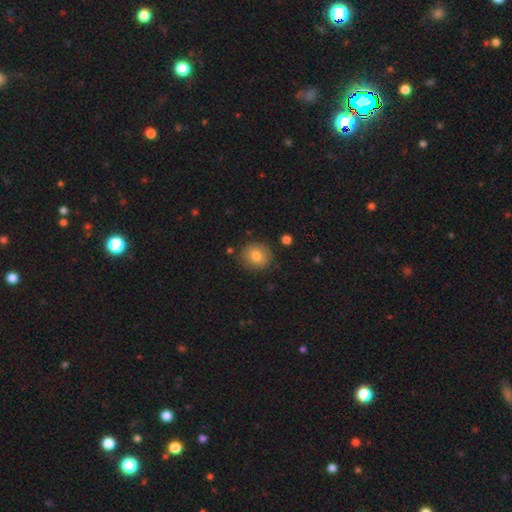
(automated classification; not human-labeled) Smooth or featured? Predicted: smooth (p=0.78). How rounded? Predicted: round (p=0.83). Merging? Predicted: none (p=0.85).